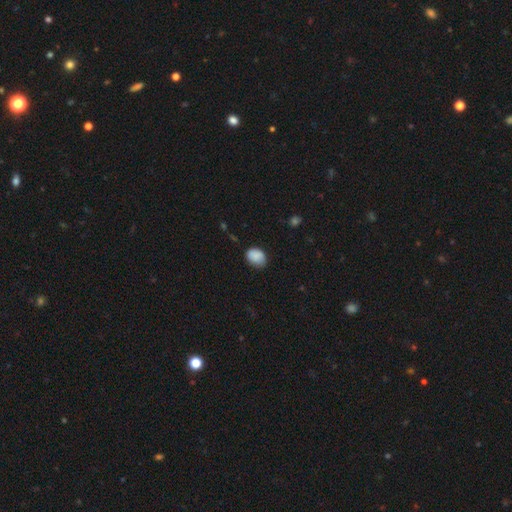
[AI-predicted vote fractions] Morphology: type=smooth (86%); roundness=in between (64%); merging=none (68%).